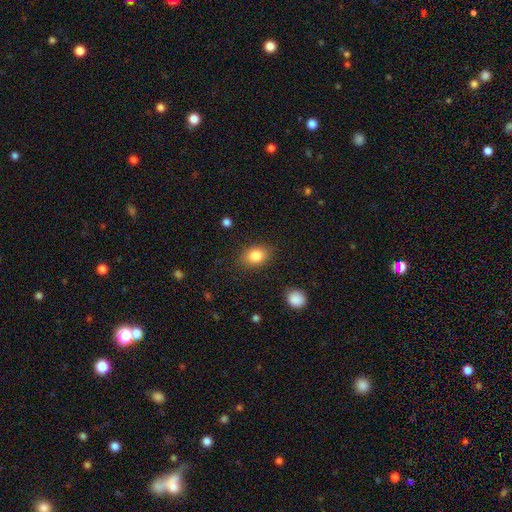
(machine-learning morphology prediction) smooth_or_featured: smooth (p=0.85) [alt: star or artifact p=0.09]
how_rounded: in between (p=0.70) [alt: round p=0.28]
merging: none (p=0.83) [alt: minor disturbance p=0.12]